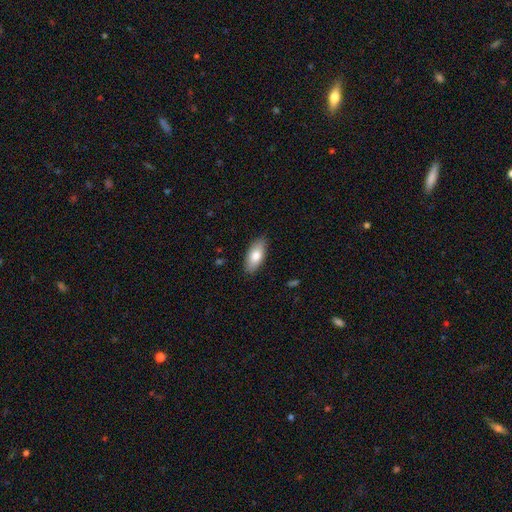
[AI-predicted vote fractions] Smooth or featured?
  - smooth: 80% *
  - featured or disk: 14%
  - star or artifact: 6%
How rounded?
  - in between: 87% *
  - cigar-shaped: 10%
  - round: 2%
Merging?
  - none: 87% *
  - minor disturbance: 10%
  - major disturbance: 2%
  - merger: 1%